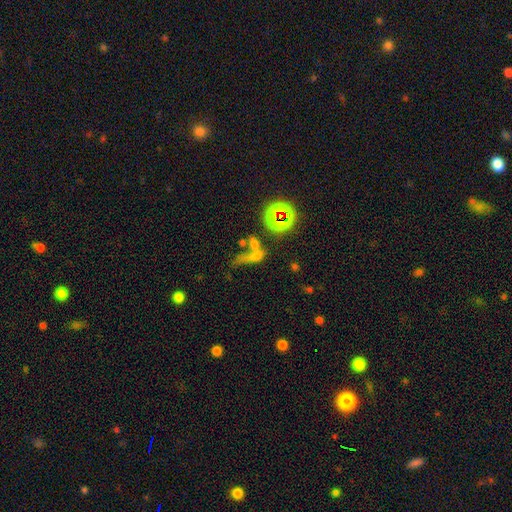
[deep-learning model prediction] Smooth or featured? smooth (49%)
Merging? merger (39%)